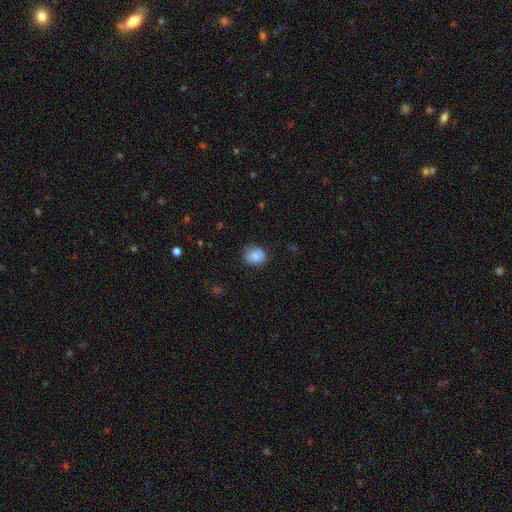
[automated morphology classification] Smooth or featured? Predicted: smooth (p=0.85). How rounded? Predicted: round (p=0.69). Merging? Predicted: none (p=0.75).